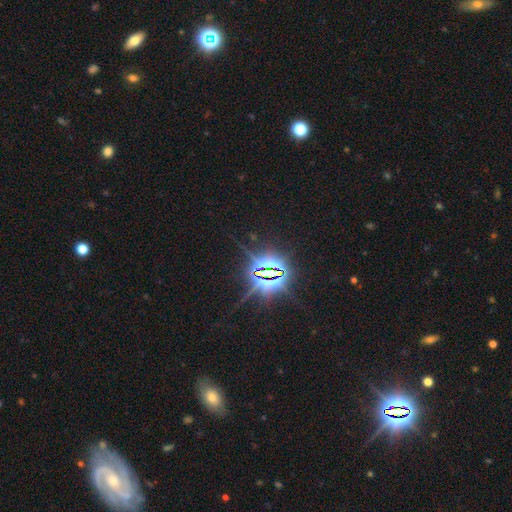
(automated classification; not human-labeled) A star or artifact, not a galaxy (79%).